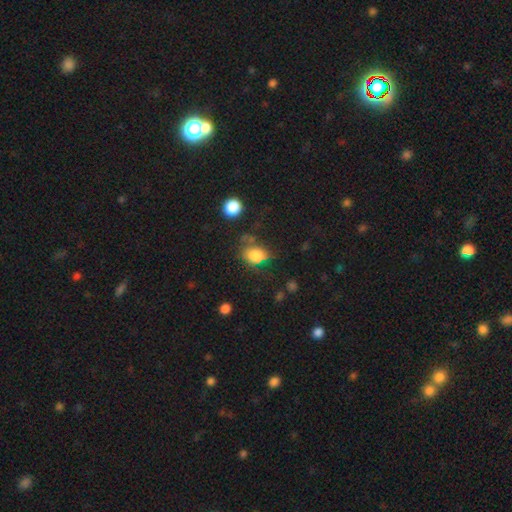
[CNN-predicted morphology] This appears to be a smooth galaxy with no disk features (79%) that is in between round and cigar-shaped (55%). Merging: none (58%).